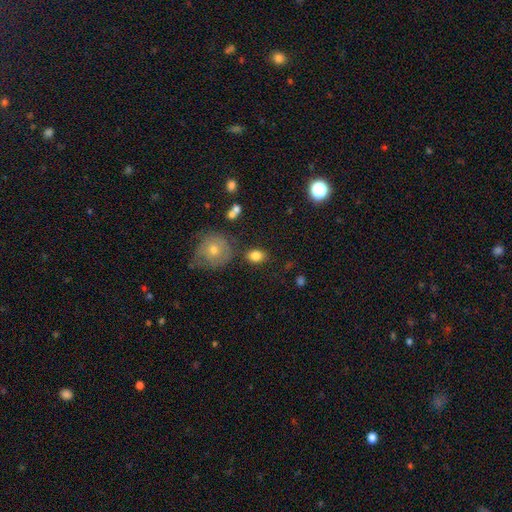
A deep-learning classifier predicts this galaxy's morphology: Q: Smooth or featured?
A: smooth (83%); runner-up: star or artifact (9%)
Q: How rounded?
A: in between (67%); runner-up: round (32%)
Q: Merging?
A: none (78%); runner-up: minor disturbance (13%)